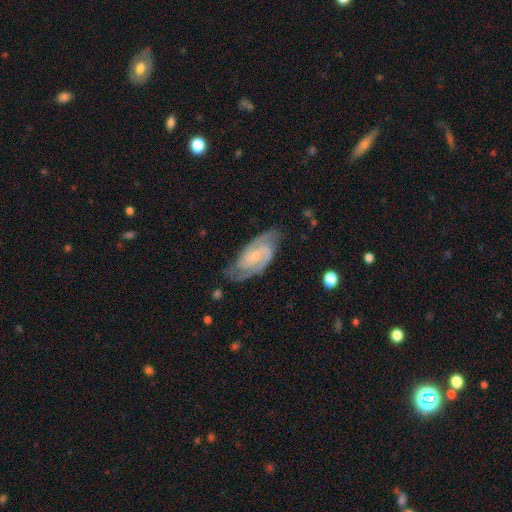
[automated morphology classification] The model was most divided on "spiral winding" (2-way tie): medium: 46%, tight: 46%, loose: 8%. Remaining: spiral arms — yes (98%); edge-on disk — no (96%); smooth or featured — featured or disk (89%); spiral arm count — 2 (86%); merging — none (77%); bulge size — small (68%); bar — weak (44%).